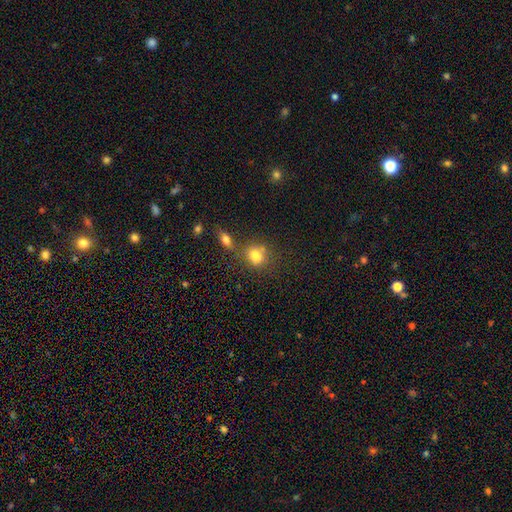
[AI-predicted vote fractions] smooth 79%, star or artifact 12%, featured or disk 9%. Down the decision tree: how rounded — round (65%); merging — none (56%).